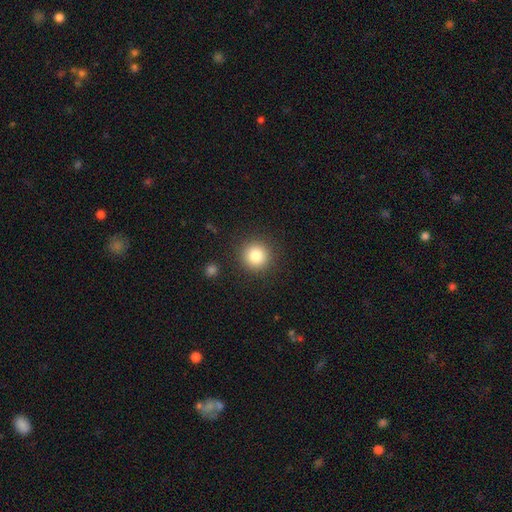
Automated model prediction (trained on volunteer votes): Smooth or featured? smooth (82%)
How rounded? round (95%)
Merging? none (90%)